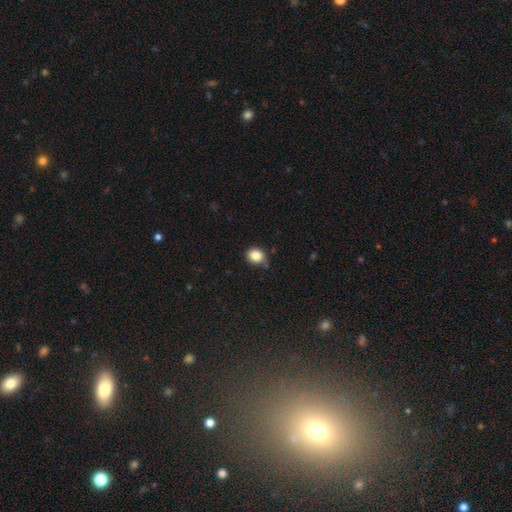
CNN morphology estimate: type=smooth (85%); roundness=round (69%); merging=none (77%).